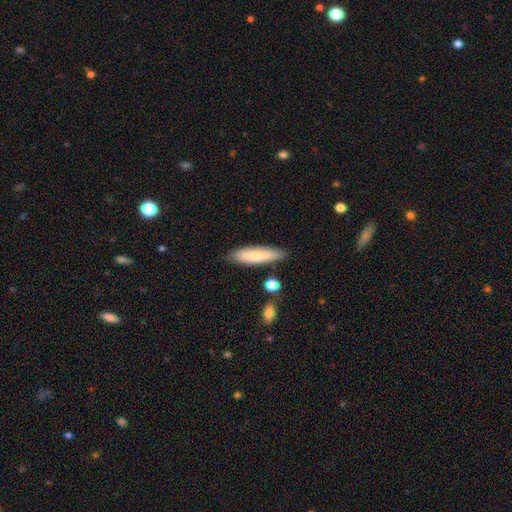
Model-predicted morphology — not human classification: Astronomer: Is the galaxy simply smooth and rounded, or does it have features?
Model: smooth — 71%.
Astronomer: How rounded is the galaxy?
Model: cigar-shaped — 65%.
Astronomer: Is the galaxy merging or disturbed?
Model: none — 81%.